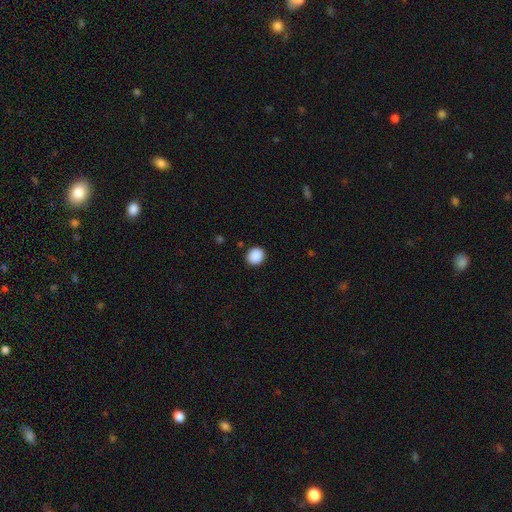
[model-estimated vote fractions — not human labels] A smooth galaxy with no disk features (90%) that is round (77%). Merging: none (90%).